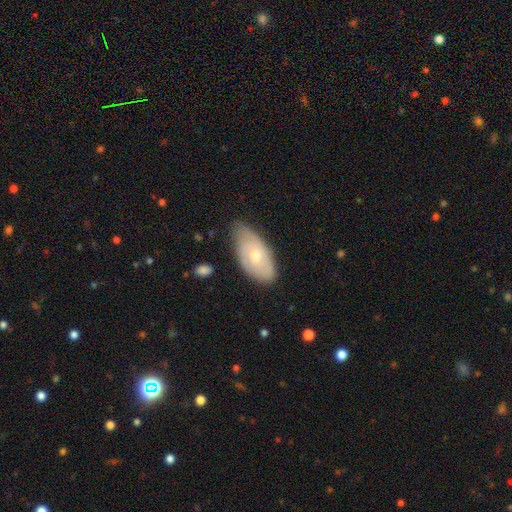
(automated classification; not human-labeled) Smooth or featured? smooth (50%)
How rounded? in between (92%)
Merging? none (54%)